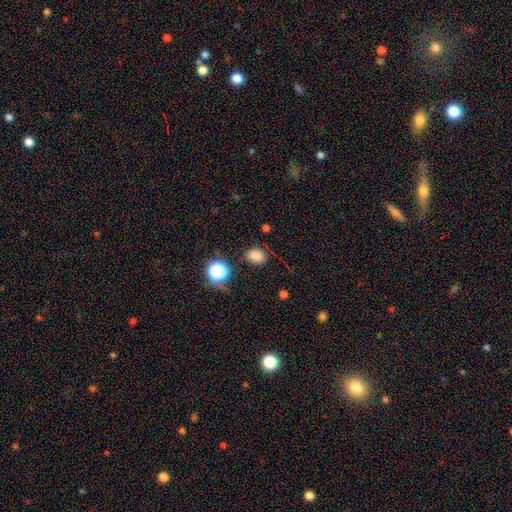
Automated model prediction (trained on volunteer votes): Q: Smooth or featured?
A: smooth (79%); runner-up: star or artifact (16%)
Q: How rounded?
A: round (56%); runner-up: in between (43%)
Q: Merging?
A: none (80%); runner-up: minor disturbance (13%)